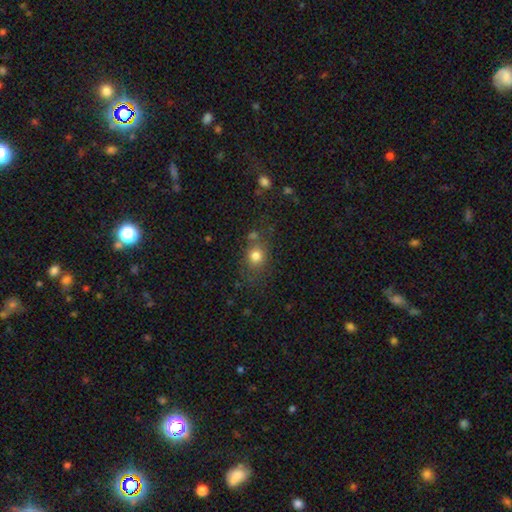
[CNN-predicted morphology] The model was most divided on "how rounded": round: 66%, in between: 33%, cigar-shaped: 1%. More confident: smooth or featured — smooth (78%); merging — none (69%).